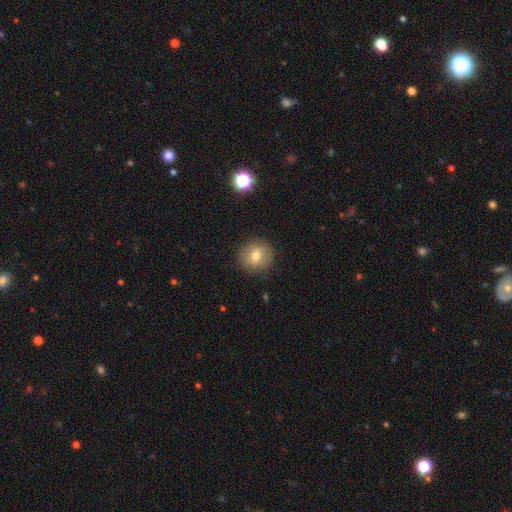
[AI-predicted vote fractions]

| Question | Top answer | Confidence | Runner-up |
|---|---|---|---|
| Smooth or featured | smooth | 72% | featured or disk (18%) |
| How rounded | round | 86% | in between (13%) |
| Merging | none | 88% | minor disturbance (9%) |